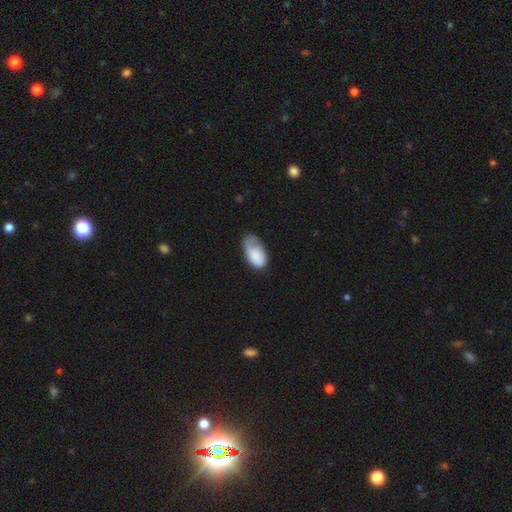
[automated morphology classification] Smooth or featured?
  - smooth: 81% *
  - featured or disk: 12%
  - star or artifact: 6%
How rounded?
  - in between: 95% *
  - round: 3%
  - cigar-shaped: 2%
Merging?
  - none: 40% * (tied)
  - minor disturbance: 40% * (tied)
  - major disturbance: 18%
  - merger: 3%